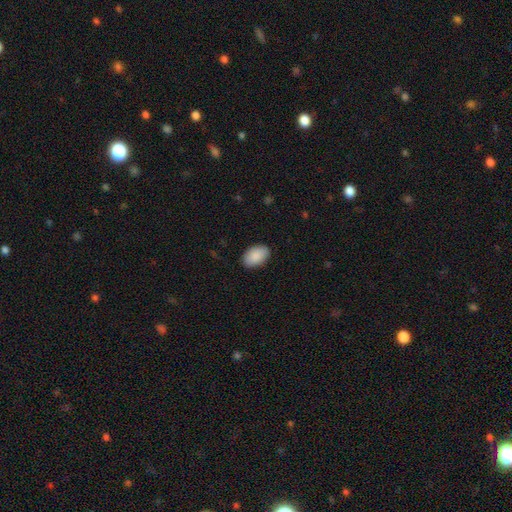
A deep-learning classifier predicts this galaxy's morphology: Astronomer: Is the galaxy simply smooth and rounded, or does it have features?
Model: smooth — 91%.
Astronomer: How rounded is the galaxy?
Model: in between — 91%.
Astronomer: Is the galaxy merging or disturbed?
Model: none — 88%.